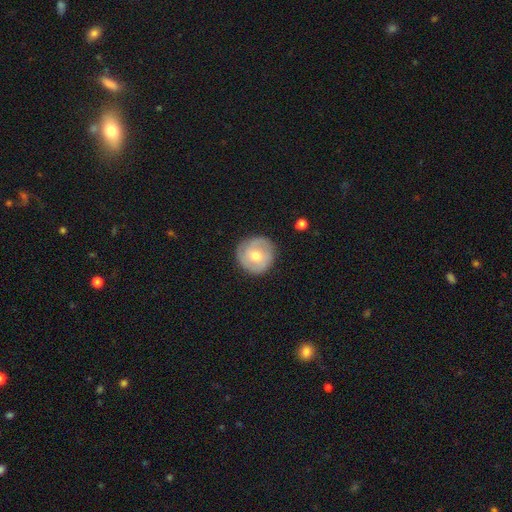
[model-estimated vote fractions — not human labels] Overall: featured or disk (52%; smooth 42%). Edge-on disk: no (96%). Bar: no (59%; weak 33%). Spiral arms: yes (70%; no 30%). Bulge size: moderate (73%). Merging: none (84%).